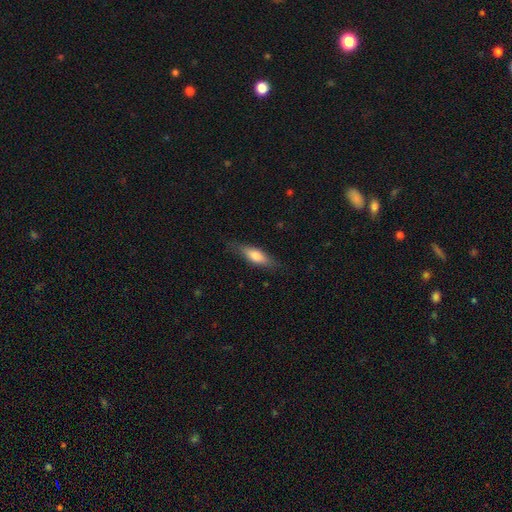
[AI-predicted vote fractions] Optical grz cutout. It shows a smooth galaxy with no disk features (71%) that is in between round and cigar-shaped (56%). Merging: none (78%).